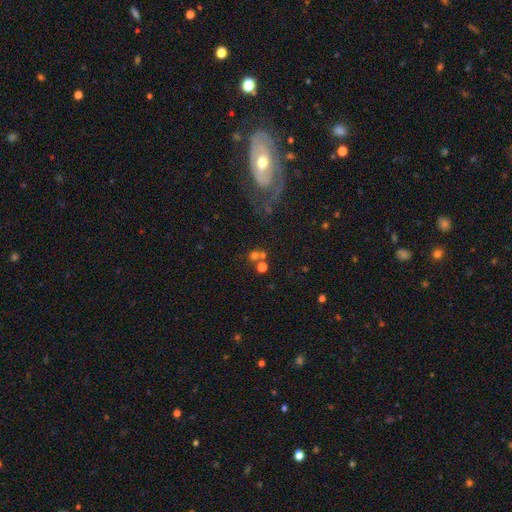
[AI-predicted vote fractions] Q: Smooth or featured?
A: smooth (58%); runner-up: star or artifact (27%)
Q: How rounded?
A: round (85%); runner-up: in between (14%)
Q: Merging?
A: none (55%); runner-up: merger (32%)